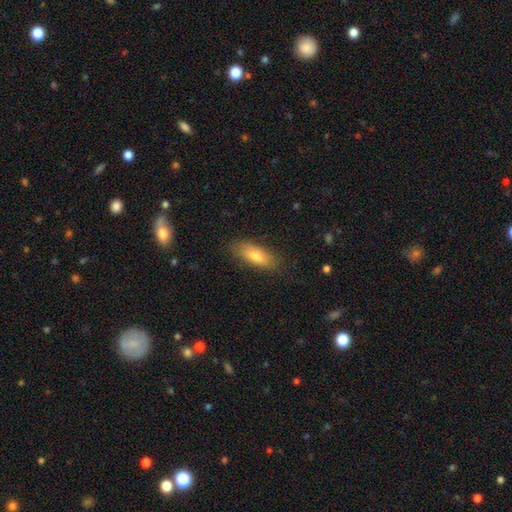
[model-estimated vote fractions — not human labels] Smooth or featured? smooth (70%)
How rounded? in between (61%)
Merging? none (84%)